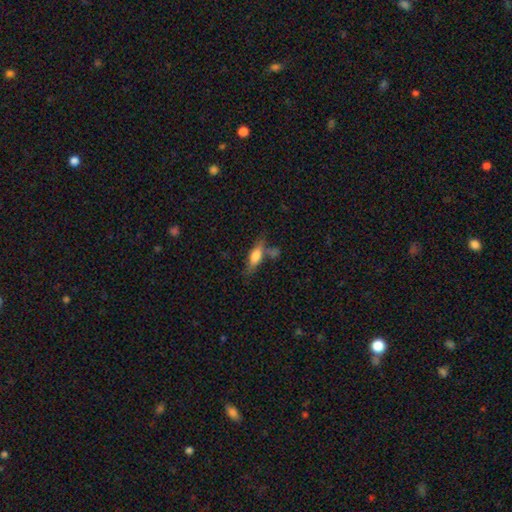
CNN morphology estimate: This is likely a smooth galaxy (61%). How rounded: possibly in between (50%). Merging: possibly none (56%).